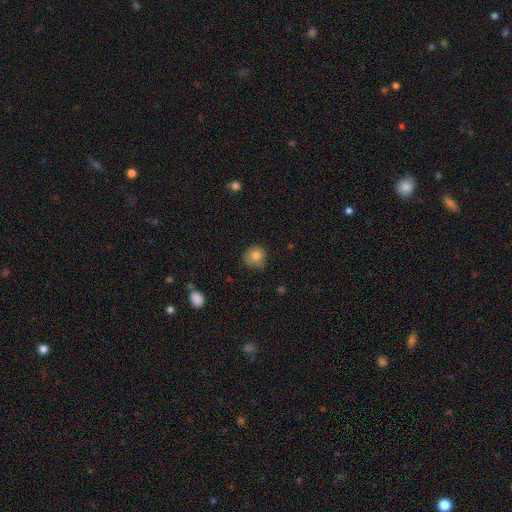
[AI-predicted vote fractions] Q: Smooth or featured?
A: smooth (81%); runner-up: star or artifact (10%)
Q: How rounded?
A: round (86%); runner-up: in between (13%)
Q: Merging?
A: none (69%); runner-up: minor disturbance (24%)